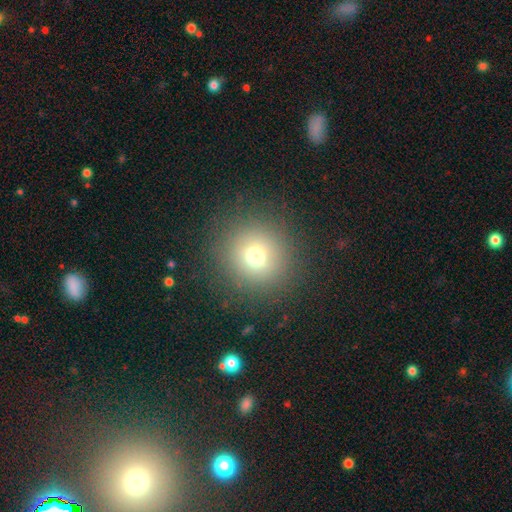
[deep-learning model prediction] smooth-or-featured: smooth: 71% | star or artifact: 18% | featured or disk: 12%
  how-rounded: round: 93% | in between: 6% | cigar-shaped: 1%
  merging: none: 88% | minor disturbance: 7% | major disturbance: 4% | merger: 1%